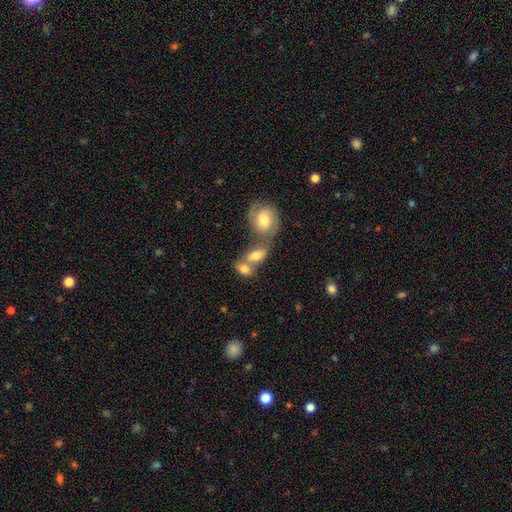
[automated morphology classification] Q: Smooth or featured?
A: smooth (64%); runner-up: featured or disk (28%)
Q: How rounded?
A: in between (79%); runner-up: round (16%)
Q: Merging?
A: merger (64%); runner-up: none (23%)